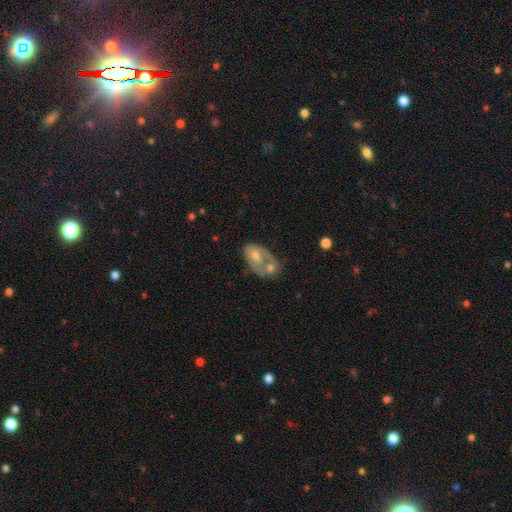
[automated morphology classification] smooth-or-featured: featured or disk: 49% | smooth: 42% | star or artifact: 8%
  merging: merger: 41% | none: 26% | minor disturbance: 17% | major disturbance: 16%